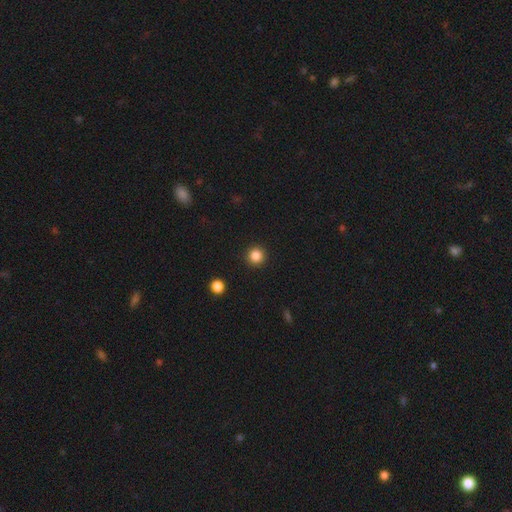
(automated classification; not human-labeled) Morphology: type=smooth (85%); roundness=round (95%); merging=none (93%).